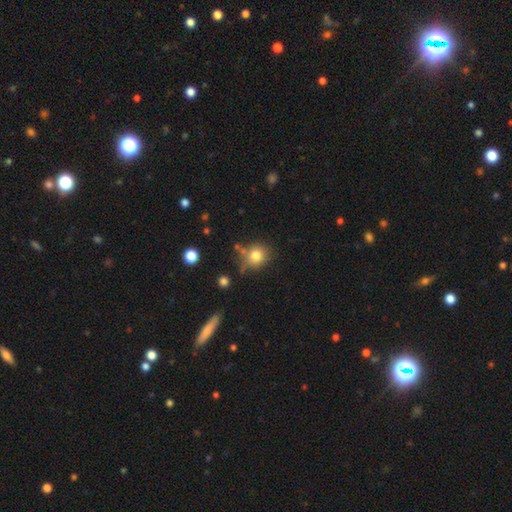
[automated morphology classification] Q: Smooth or featured?
A: smooth (79%); runner-up: star or artifact (12%)
Q: How rounded?
A: round (81%); runner-up: in between (18%)
Q: Merging?
A: none (67%); runner-up: minor disturbance (19%)